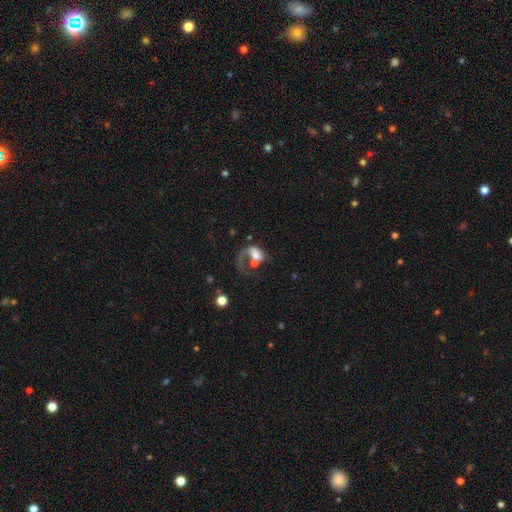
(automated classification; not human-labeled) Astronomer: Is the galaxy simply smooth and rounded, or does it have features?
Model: featured or disk — 52% (runner-up: smooth, 38%).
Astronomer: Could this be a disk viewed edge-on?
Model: no — 97%.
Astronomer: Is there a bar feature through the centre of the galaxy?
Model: no — 73%.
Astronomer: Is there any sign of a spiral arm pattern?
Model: yes — 65%.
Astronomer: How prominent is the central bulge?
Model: moderate — 40% (runner-up: large, 21%).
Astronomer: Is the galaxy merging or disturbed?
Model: major disturbance — 44% (runner-up: merger, 28%).